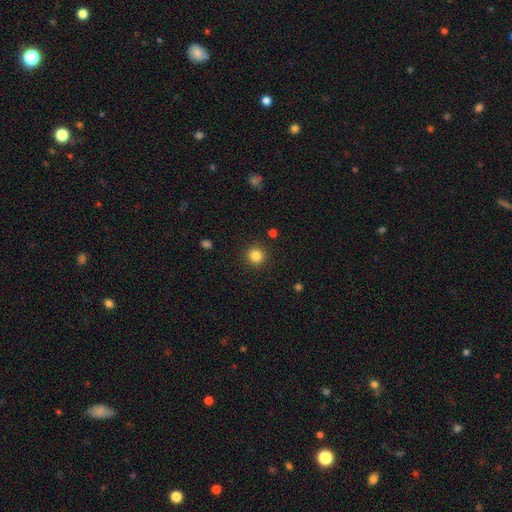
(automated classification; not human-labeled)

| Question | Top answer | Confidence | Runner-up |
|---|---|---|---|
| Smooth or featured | smooth | 84% | star or artifact (12%) |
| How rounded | round | 94% | in between (5%) |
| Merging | none | 91% | minor disturbance (5%) |